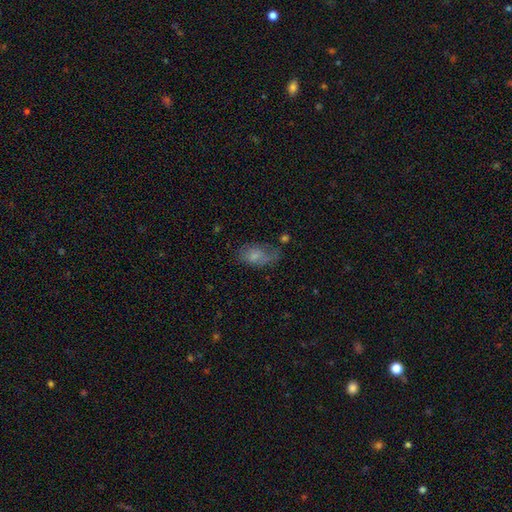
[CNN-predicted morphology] Smooth or featured: smooth — 61% (featured or disk — 29%)
How rounded: in between — 90% (round — 7%)
Merging: none — 44% (minor disturbance — 30%)